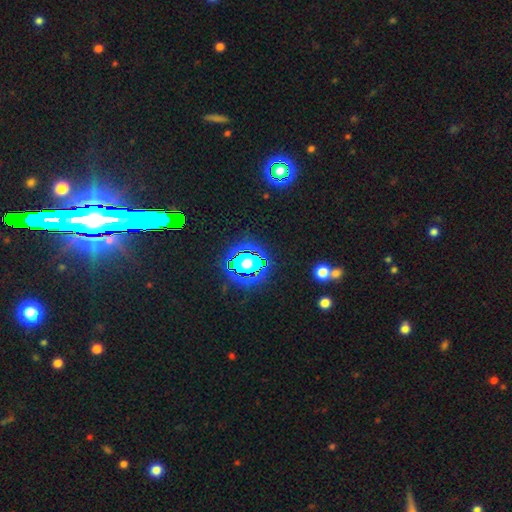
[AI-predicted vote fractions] Q: Smooth or featured?
A: star or artifact (81%); runner-up: smooth (10%)